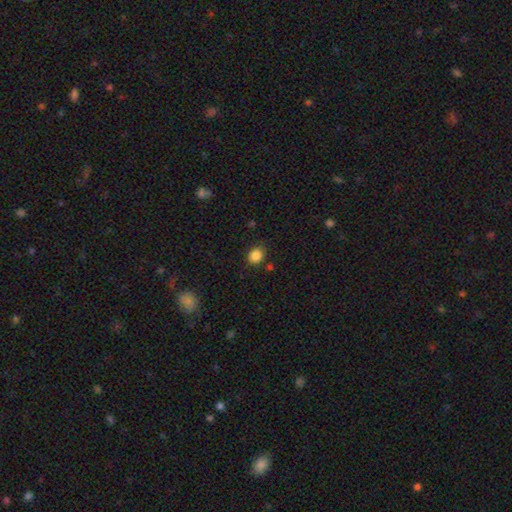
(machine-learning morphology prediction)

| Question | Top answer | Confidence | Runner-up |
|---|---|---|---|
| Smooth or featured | smooth | 86% | star or artifact (11%) |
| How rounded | round | 65% | in between (34%) |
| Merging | none | 82% | minor disturbance (12%) |